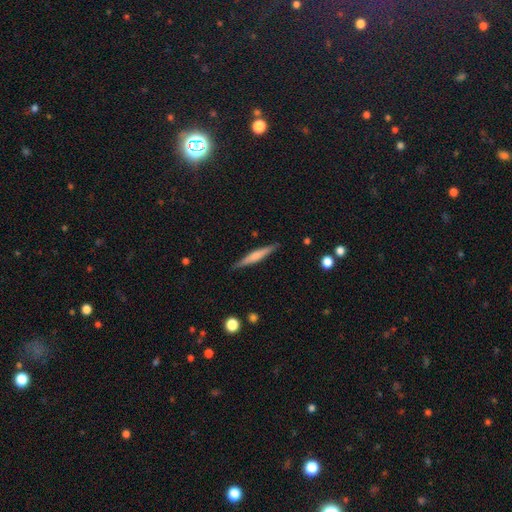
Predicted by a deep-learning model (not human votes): Smooth or featured? smooth (50%)
How rounded? cigar-shaped (94%)
Merging? none (89%)